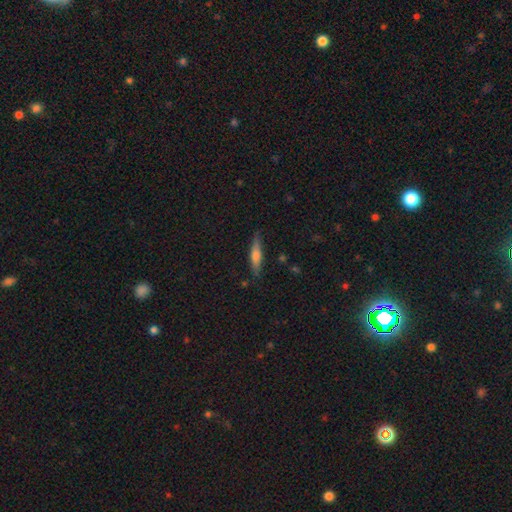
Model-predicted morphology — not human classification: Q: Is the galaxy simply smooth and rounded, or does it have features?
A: smooth — 55%.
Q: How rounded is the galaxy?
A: cigar-shaped — 82%.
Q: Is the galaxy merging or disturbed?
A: none — 84%.